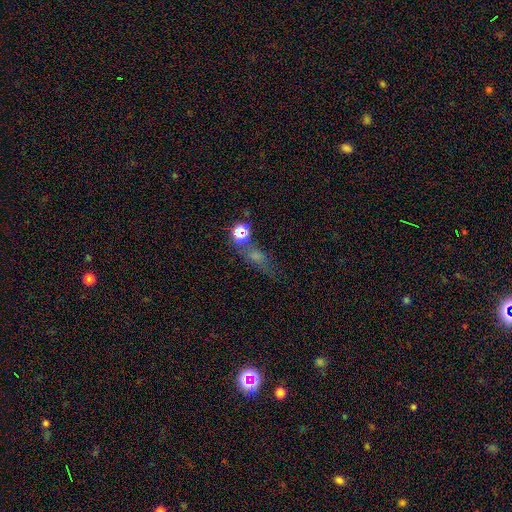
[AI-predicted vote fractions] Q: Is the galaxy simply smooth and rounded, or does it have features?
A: smooth — 44%.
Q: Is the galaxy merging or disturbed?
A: none — 48%.